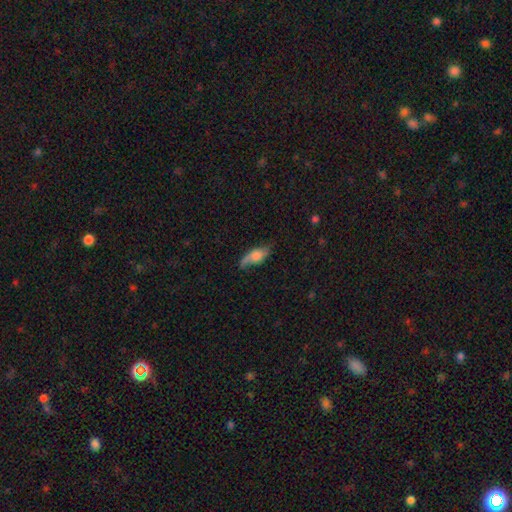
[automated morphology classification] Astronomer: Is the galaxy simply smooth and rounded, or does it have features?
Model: smooth — 48% (runner-up: featured or disk, 44%).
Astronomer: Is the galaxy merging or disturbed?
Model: none — 58%.